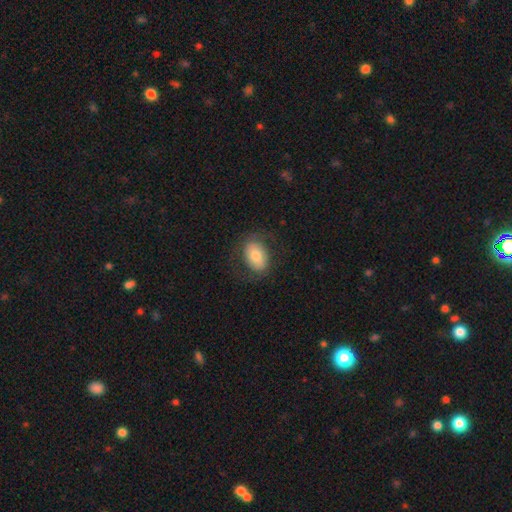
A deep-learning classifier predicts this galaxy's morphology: Smooth or featured? smooth (69%)
How rounded? in between (79%)
Merging? none (74%)